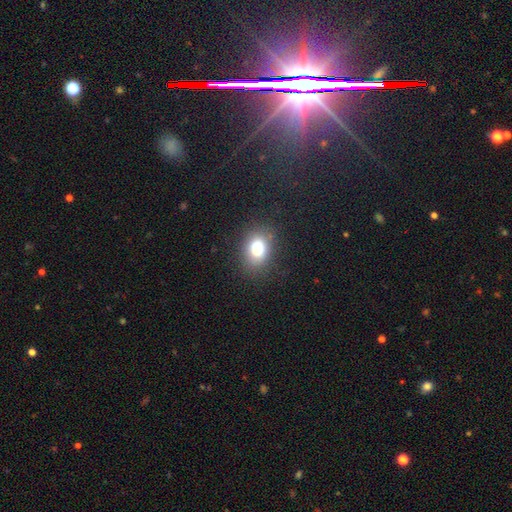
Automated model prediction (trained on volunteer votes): Smooth or featured: smooth — 78% (star or artifact — 14%)
How rounded: in between — 68% (round — 31%)
Merging: none — 86% (minor disturbance — 10%)